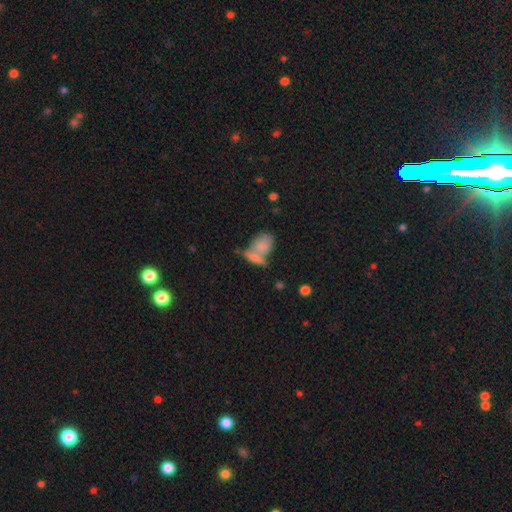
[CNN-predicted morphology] smooth 71%, featured or disk 20%, star or artifact 9%. Down the decision tree: how rounded — in between (68%); merging — merger (52%).